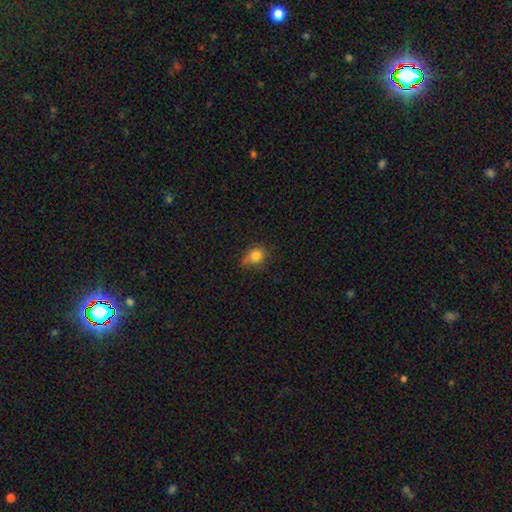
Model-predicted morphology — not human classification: This is clearly a smooth galaxy (82%). How rounded: possibly round (60%). Merging: possibly none (51%).